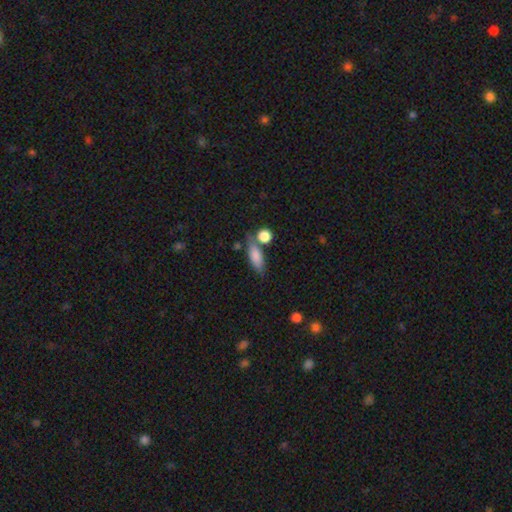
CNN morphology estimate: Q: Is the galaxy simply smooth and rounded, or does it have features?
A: smooth — 80%.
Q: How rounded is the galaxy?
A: in between — 67%.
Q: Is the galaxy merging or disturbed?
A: none — 55%.